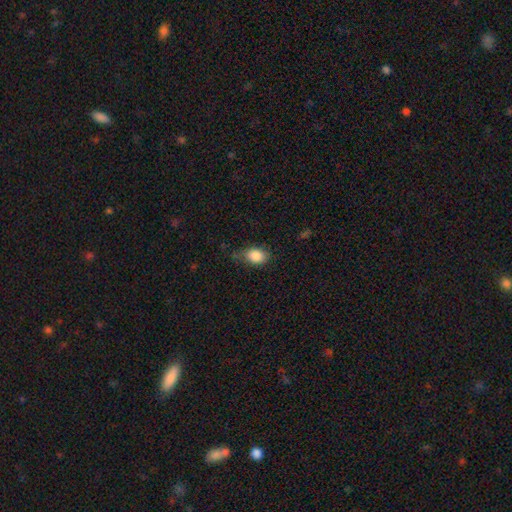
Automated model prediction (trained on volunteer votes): smooth-or-featured: smooth: 86% | star or artifact: 8% | featured or disk: 5%
  how-rounded: in between: 74% | round: 24% | cigar-shaped: 2%
  merging: none: 55% | minor disturbance: 33% | major disturbance: 10% | merger: 2%